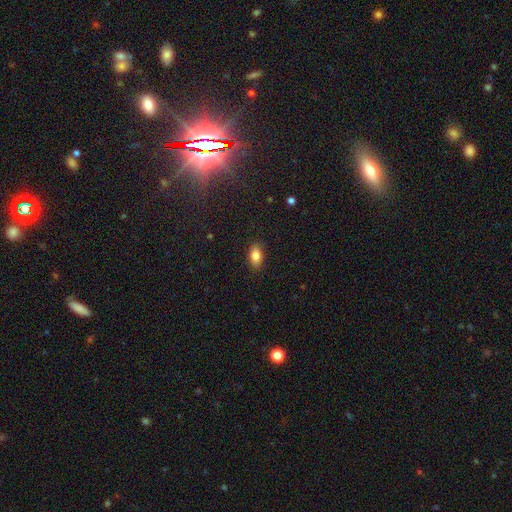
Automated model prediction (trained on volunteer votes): This is clearly a smooth galaxy (83%). How rounded: clearly in between (90%). Merging: clearly none (88%).